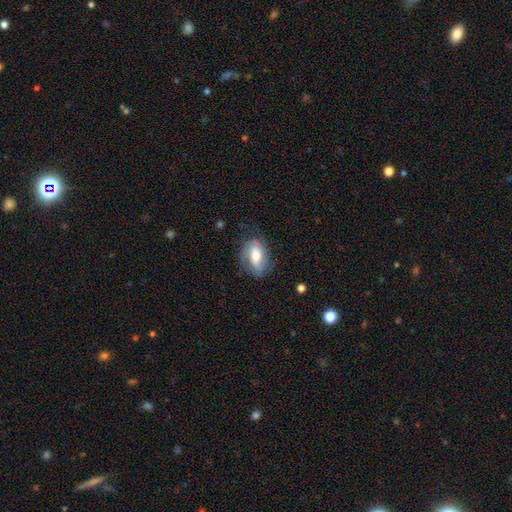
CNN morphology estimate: Overall: featured or disk (47%; smooth 46%). Merging: none (64%; minor disturbance 24%).